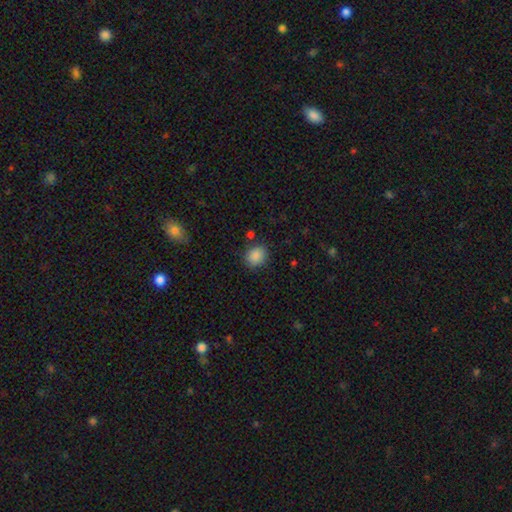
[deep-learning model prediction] Smooth or featured?
  - smooth: 87% *
  - star or artifact: 9%
  - featured or disk: 3%
How rounded?
  - round: 67% *
  - in between: 32%
  - cigar-shaped: 1%
Merging?
  - none: 83% *
  - minor disturbance: 11%
  - major disturbance: 3%
  - merger: 3%